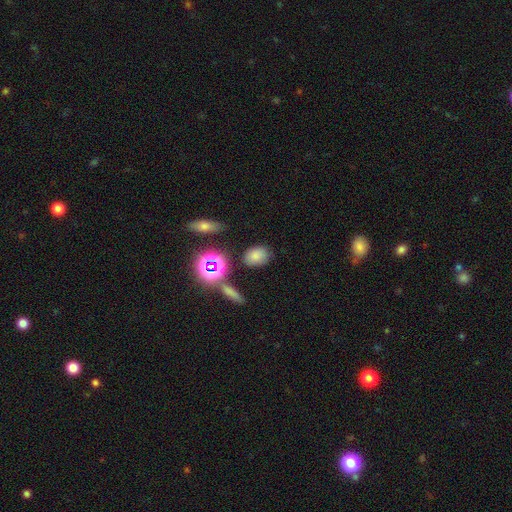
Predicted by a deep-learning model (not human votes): Overall: smooth (75%). How rounded: in between (70%). Merging: none (79%).